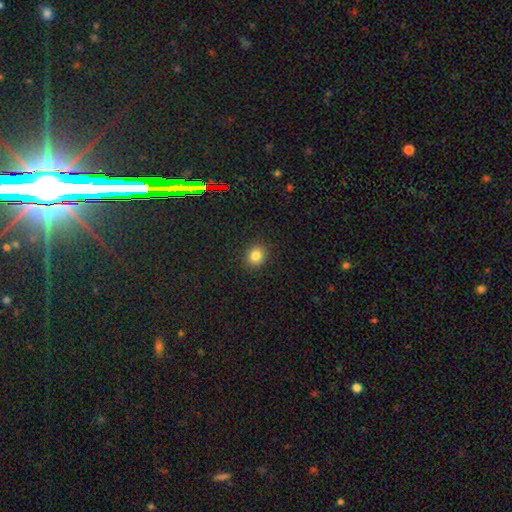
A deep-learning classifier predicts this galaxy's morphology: smooth_or_featured: smooth (p=0.83) [alt: star or artifact p=0.12]
how_rounded: round (p=0.76) [alt: in between p=0.24]
merging: none (p=0.90) [alt: minor disturbance p=0.07]